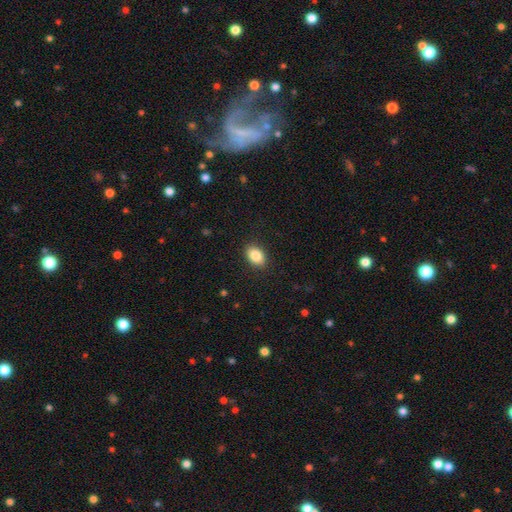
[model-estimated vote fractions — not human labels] smooth_or_featured: smooth (p=0.86) [alt: star or artifact p=0.08]
how_rounded: in between (p=0.82) [alt: round p=0.17]
merging: none (p=0.89) [alt: minor disturbance p=0.08]